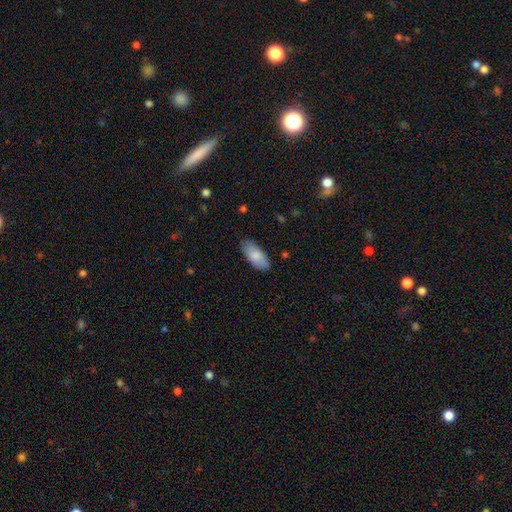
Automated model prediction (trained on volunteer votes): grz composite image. It shows a smooth galaxy with no disk features (83%) that is in between round and cigar-shaped (89%). Merging: none (84%).